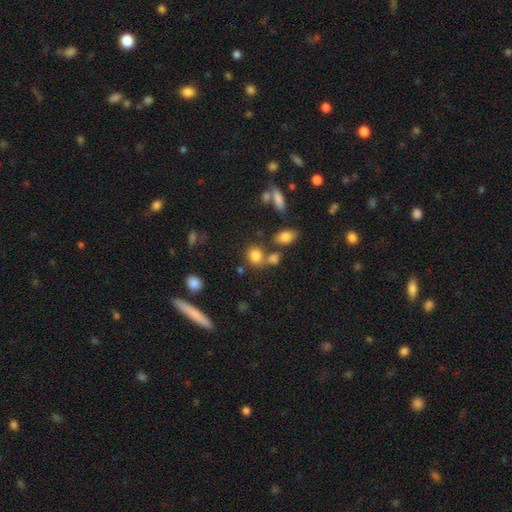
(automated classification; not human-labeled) smooth 80%, star or artifact 12%, featured or disk 8%. Down the decision tree: how rounded — round (65%); merging — none (58%).